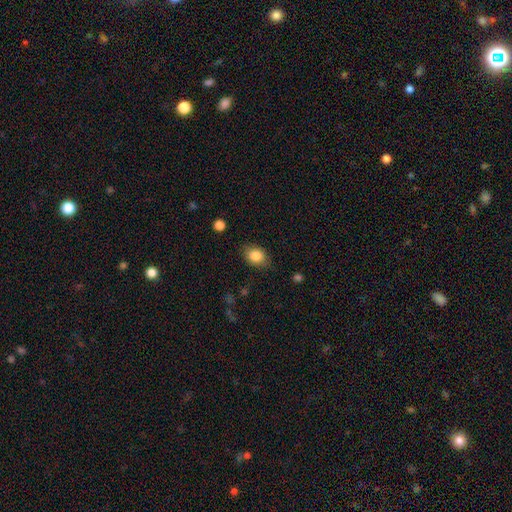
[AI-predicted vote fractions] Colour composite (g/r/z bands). It shows a smooth galaxy with no disk features (85%) that is in between round and cigar-shaped (61%). Merging: none (77%).